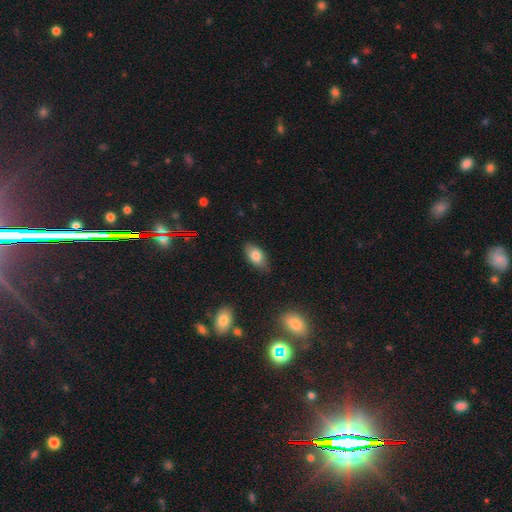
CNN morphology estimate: The model was most divided on "smooth or featured": smooth: 80%, featured or disk: 12%, star or artifact: 8%. More confident: how rounded — in between (90%); merging — none (82%).